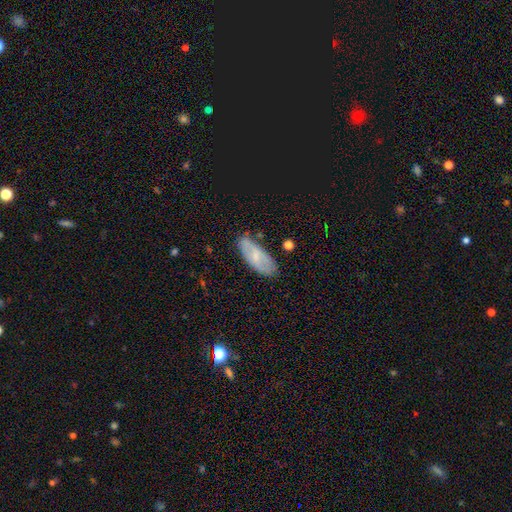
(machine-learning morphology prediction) This is possibly a smooth galaxy (57%). How rounded: likely in between (80%). Merging: likely none (74%).